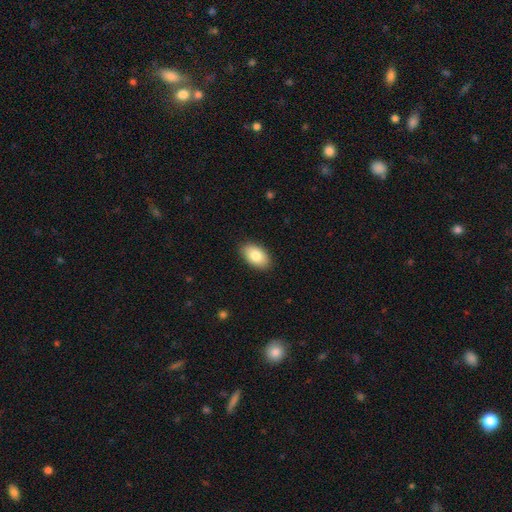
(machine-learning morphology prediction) This appears to be a smooth galaxy with no disk features (83%) that is in between round and cigar-shaped (93%). Merging: none (88%).